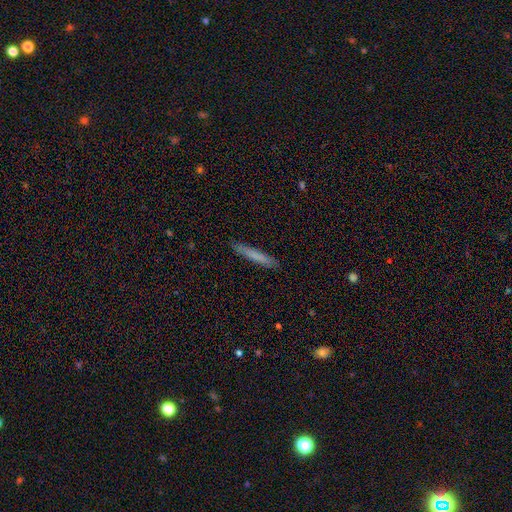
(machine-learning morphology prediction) A smooth galaxy with no disk features (73%) that is cigar-shaped (95%).

Vote fractions:
- Smooth or featured? smooth: 73% / featured or disk: 20% / star or artifact: 6%
- How rounded? cigar-shaped: 95% / in between: 4% / round: 1%
- Merging? none: 87% / minor disturbance: 10% / major disturbance: 2% / merger: 1%